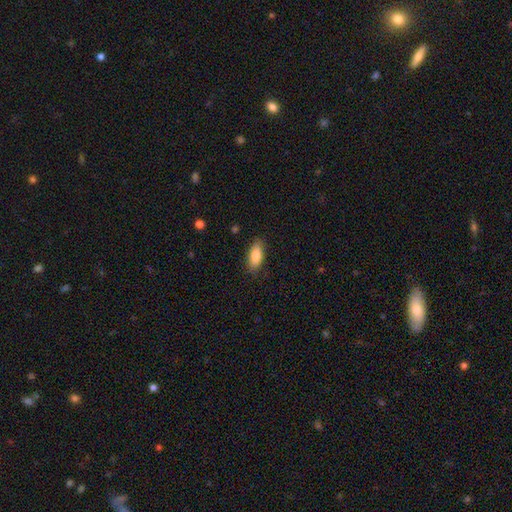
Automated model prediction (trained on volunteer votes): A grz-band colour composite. It shows a smooth galaxy with no disk features (85%) that is in between round and cigar-shaped (85%). Merging: none (86%).